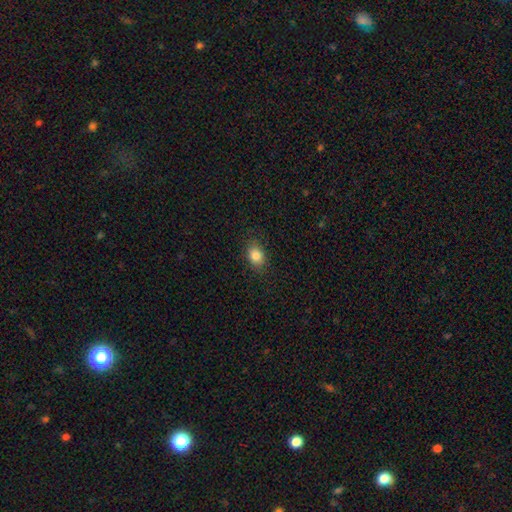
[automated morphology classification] Smooth or featured? Predicted: smooth (p=0.84). How rounded? Predicted: in between (p=0.67). Merging? Predicted: none (p=0.86).